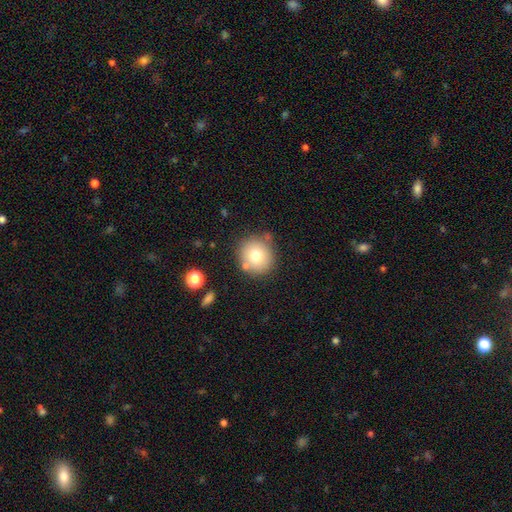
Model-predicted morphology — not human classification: smooth-or-featured: smooth: 73% | featured or disk: 16% | star or artifact: 11%
  how-rounded: round: 91% | in between: 8% | cigar-shaped: 1%
  merging: none: 76% | minor disturbance: 12% | merger: 8% | major disturbance: 4%